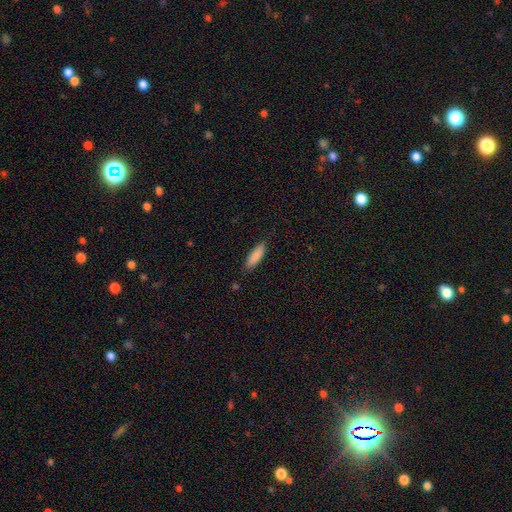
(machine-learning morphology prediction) A smooth galaxy with no disk features (87%) that is cigar-shaped (57%).

Vote fractions:
- Smooth or featured? smooth: 87% / featured or disk: 7% / star or artifact: 6%
- How rounded? cigar-shaped: 57% / in between: 41% / round: 1%
- Merging? none: 83% / minor disturbance: 14% / major disturbance: 2% / merger: 1%